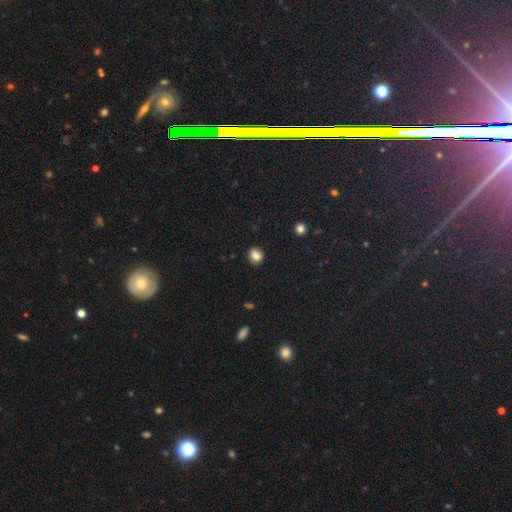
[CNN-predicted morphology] Smooth or featured: smooth — 84% (star or artifact — 10%)
How rounded: round — 74% (in between — 25%)
Merging: none — 89% (minor disturbance — 8%)